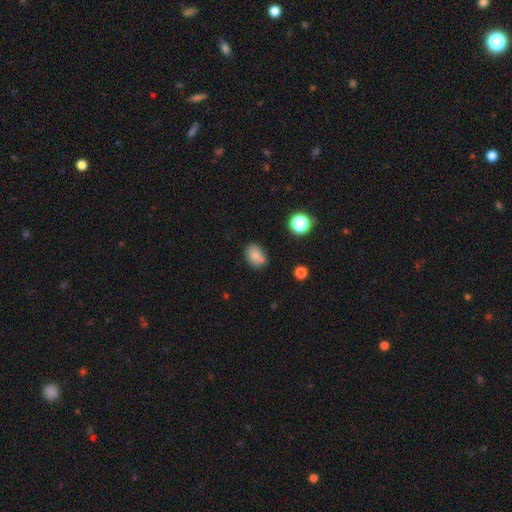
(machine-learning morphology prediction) A smooth galaxy with no disk features (76%) that is in between round and cigar-shaped (64%).

Vote fractions:
- Smooth or featured? smooth: 76% / featured or disk: 12% / star or artifact: 11%
- How rounded? in between: 64% / round: 35% / cigar-shaped: 1%
- Merging? none: 62% / merger: 18% / minor disturbance: 15% / major disturbance: 4%